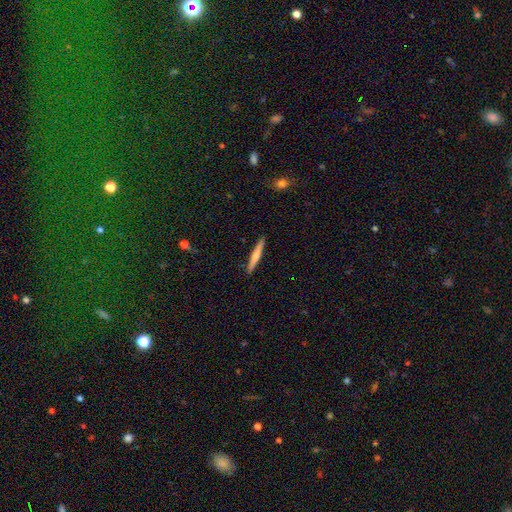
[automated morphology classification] Smooth or featured: smooth — 60% (featured or disk — 35%)
How rounded: cigar-shaped — 96% (in between — 3%)
Merging: none — 92% (minor disturbance — 6%)